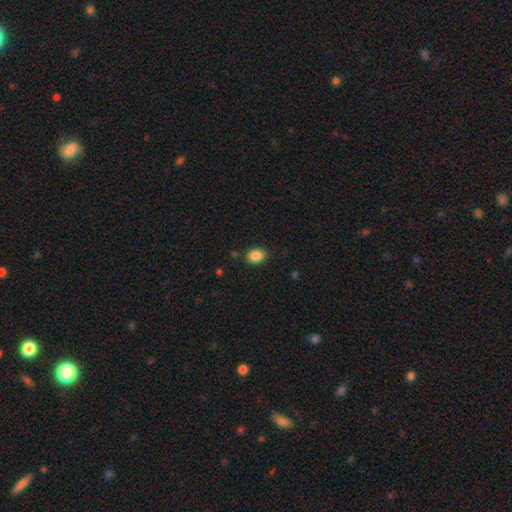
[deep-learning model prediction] smooth 87%, star or artifact 9%, featured or disk 4%. Down the decision tree: how rounded — in between (64%); merging — none (84%).